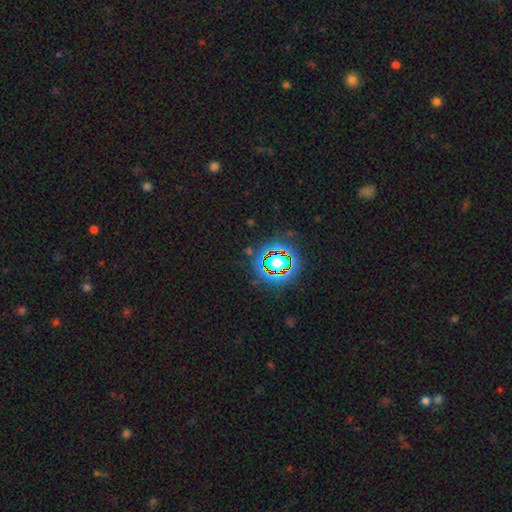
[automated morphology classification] Smooth or featured? star or artifact (79%)